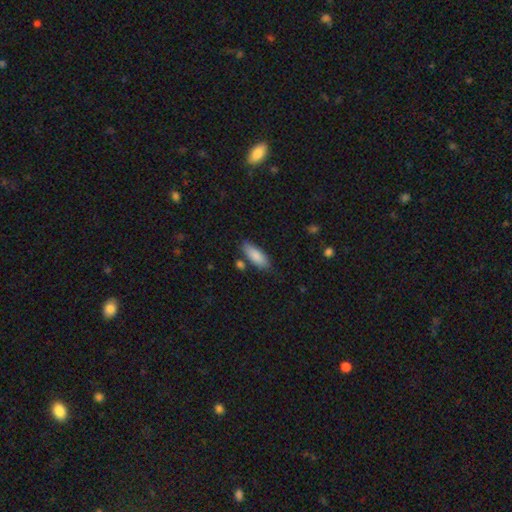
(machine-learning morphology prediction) A smooth galaxy with no disk features (86%) that is in between round and cigar-shaped (74%).

Vote fractions:
- Smooth or featured? smooth: 86% / featured or disk: 8% / star or artifact: 6%
- How rounded? in between: 74% / cigar-shaped: 24% / round: 2%
- Merging? none: 76% / minor disturbance: 15% / merger: 5% / major disturbance: 3%